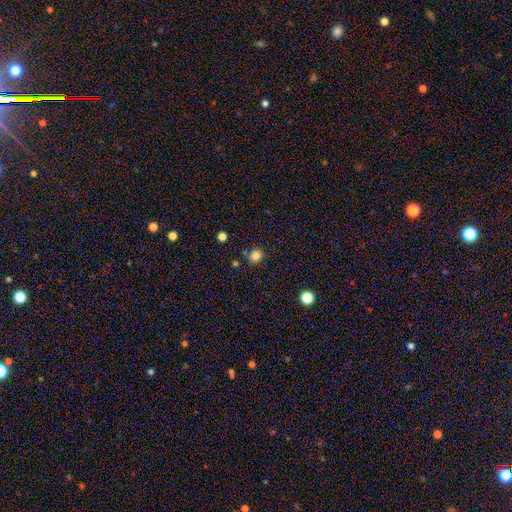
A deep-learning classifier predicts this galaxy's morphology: smooth_or_featured: smooth (p=0.82) [alt: star or artifact p=0.13]
how_rounded: round (p=0.76) [alt: in between p=0.23]
merging: none (p=0.82) [alt: minor disturbance p=0.10]